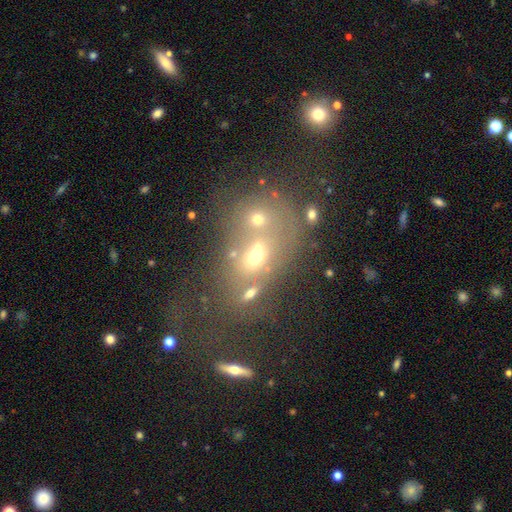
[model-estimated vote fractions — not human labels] Overall: smooth (42%; featured or disk 33%). Merging: merger (56%; none 24%).